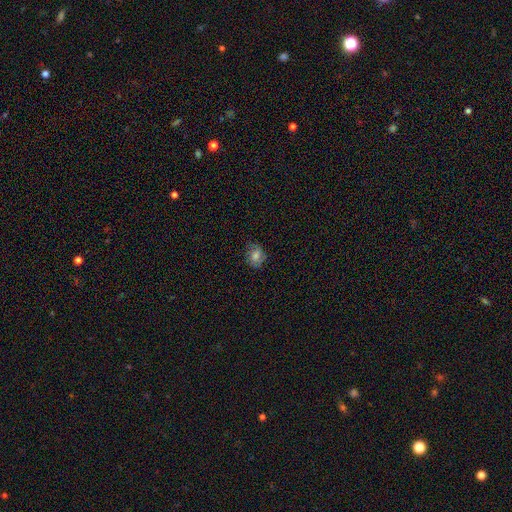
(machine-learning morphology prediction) This is possibly a smooth galaxy (57%). How rounded: possibly round (58%). Merging: likely none (73%).